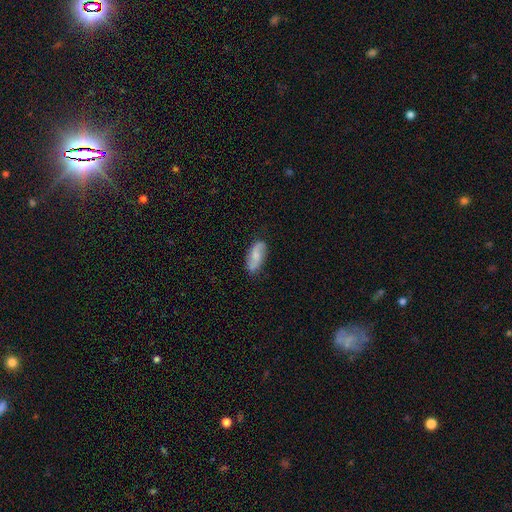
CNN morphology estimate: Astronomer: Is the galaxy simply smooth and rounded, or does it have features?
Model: featured or disk — 49% (runner-up: smooth, 45%).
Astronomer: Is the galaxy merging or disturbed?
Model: none — 81%.